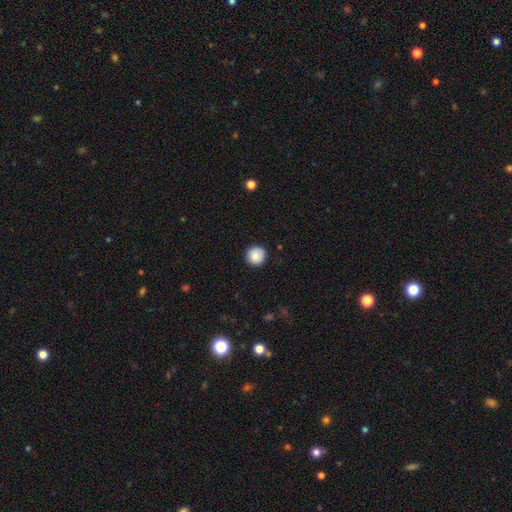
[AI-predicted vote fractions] Overall: smooth (86%). How rounded: round (95%). Merging: none (89%).